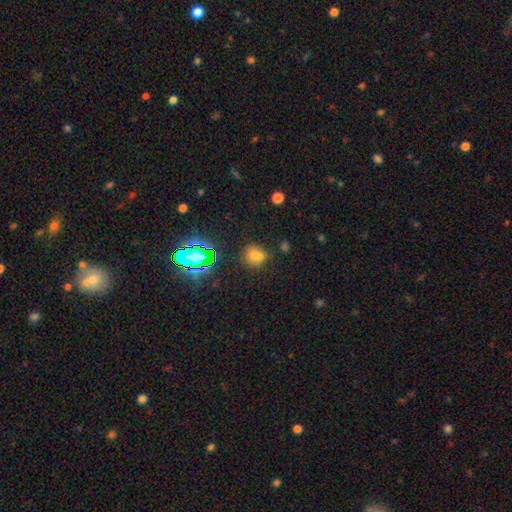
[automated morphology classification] smooth_or_featured: smooth (p=0.66) [alt: star or artifact p=0.26]
how_rounded: round (p=0.69) [alt: in between p=0.30]
merging: none (p=0.73) [alt: minor disturbance p=0.14]